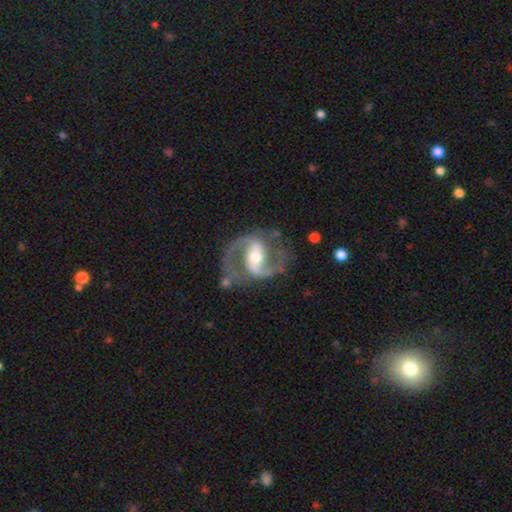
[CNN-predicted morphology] The model was most divided on "bar": strong: 41%, weak: 39%, no: 20%. More confident: edge-on disk — no (98%); spiral arms — yes (98%); spiral arm count — 2 (94%); smooth or featured — featured or disk (92%); merging — none (75%); bulge size — moderate (70%); spiral winding — medium (65%).